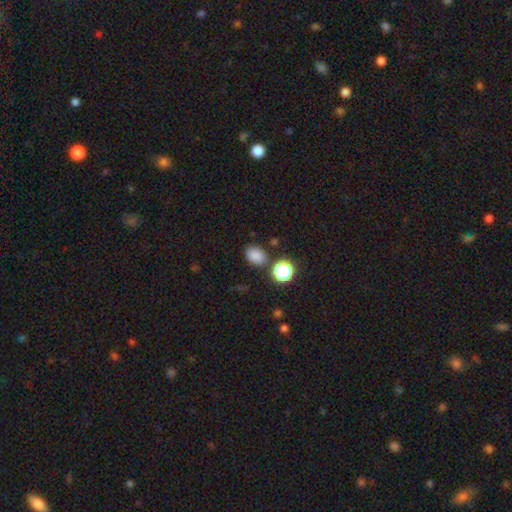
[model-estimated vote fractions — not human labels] This appears to be a smooth galaxy with no disk features (82%) that is in between round and cigar-shaped (60%). Merging: none (79%).